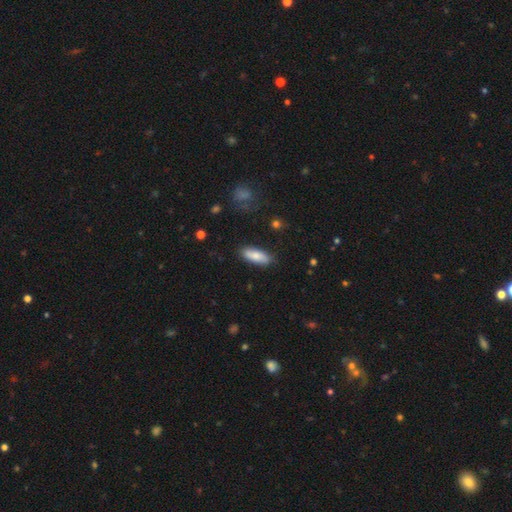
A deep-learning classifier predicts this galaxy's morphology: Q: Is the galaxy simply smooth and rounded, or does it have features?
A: smooth — 79%.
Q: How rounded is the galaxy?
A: in between — 69%.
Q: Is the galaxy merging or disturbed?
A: none — 84%.